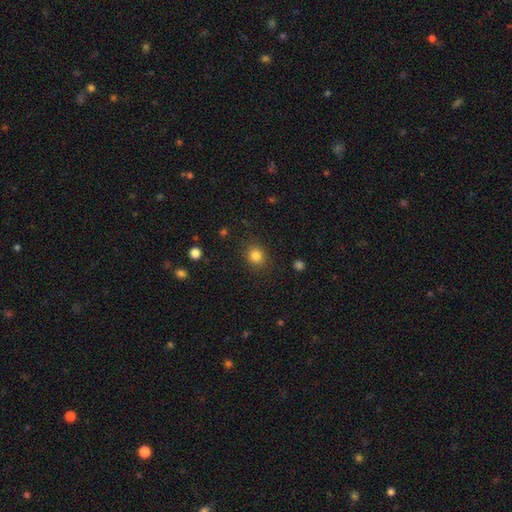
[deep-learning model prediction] Q: Smooth or featured?
A: smooth (83%); runner-up: star or artifact (12%)
Q: How rounded?
A: round (76%); runner-up: in between (23%)
Q: Merging?
A: none (87%); runner-up: minor disturbance (9%)